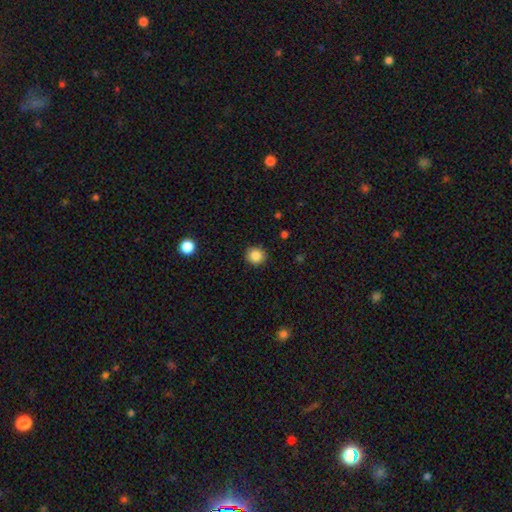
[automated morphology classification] This appears to be a smooth galaxy with no disk features (85%) that is round (90%). Merging: none (91%).